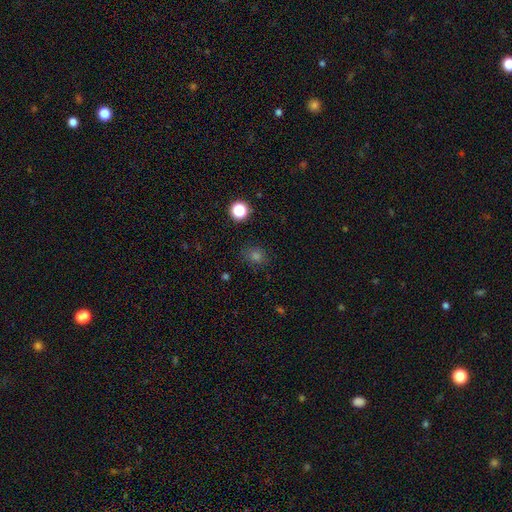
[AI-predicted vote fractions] A smooth galaxy with no disk features (72%) that is round (72%). Merging: none (85%).